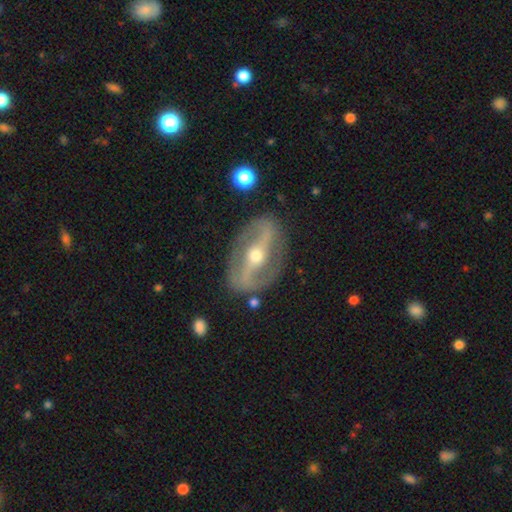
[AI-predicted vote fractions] Smooth or featured? featured or disk (85%)
Edge-on disk? no (90%)
Bar? strong (68%)
Spiral arms? yes (73%)
Spiral winding? medium (43%)
Spiral arm count? 2 (90%)
Bulge size? moderate (67%)
Merging? none (83%)